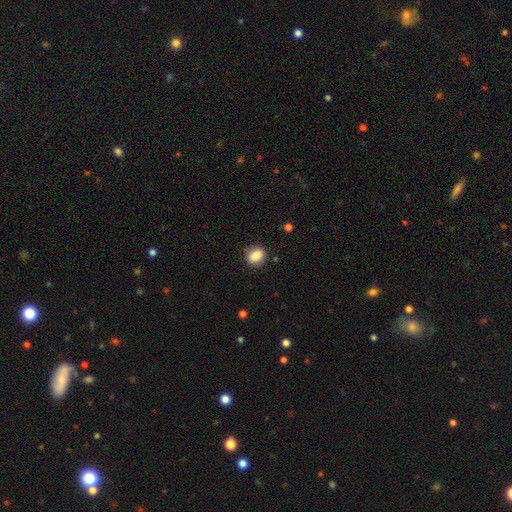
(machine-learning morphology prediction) A smooth galaxy with no disk features (85%) that is round (64%).

Vote fractions:
- Smooth or featured? smooth: 85% / star or artifact: 9% / featured or disk: 6%
- How rounded? round: 64% / in between: 35% / cigar-shaped: 1%
- Merging? none: 83% / minor disturbance: 12% / major disturbance: 3% / merger: 1%